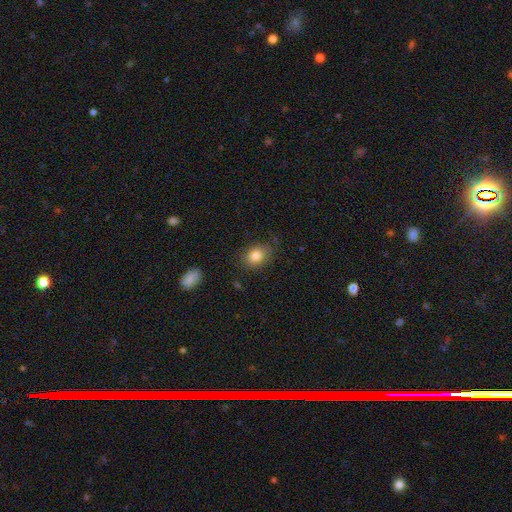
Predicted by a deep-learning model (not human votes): The model was most divided on "how rounded": in between: 61%, round: 38%, cigar-shaped: 1%. More confident: smooth or featured — smooth (83%); merging — none (79%).